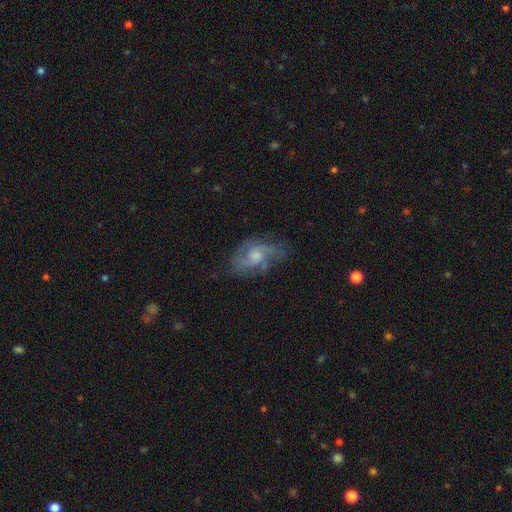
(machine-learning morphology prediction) Overall: featured or disk (70%). Edge-on disk: no (95%). Bar: no (70%). Spiral arms: yes (85%). Spiral arm count: 2 (52%; can't tell 23%). Spiral winding: medium (47%; loose 32%). Bulge size: moderate (50%; small 35%). Merging: none (61%; minor disturbance 23%).